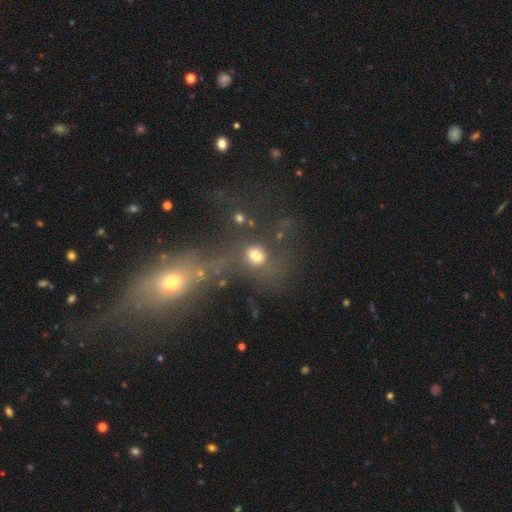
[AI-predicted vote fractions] Smooth or featured? smooth (60%)
How rounded? in between (49%)
Merging? none (36%)